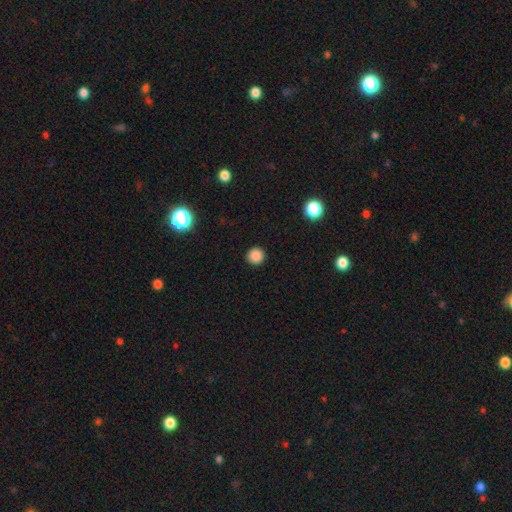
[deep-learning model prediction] This is clearly a smooth galaxy (86%). How rounded: clearly round (95%). Merging: clearly none (93%).